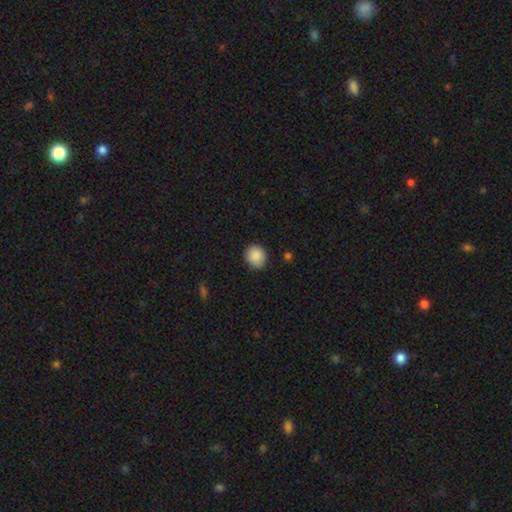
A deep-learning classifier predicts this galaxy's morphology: Smooth or featured?
  - smooth: 89% *
  - star or artifact: 8%
  - featured or disk: 3%
How rounded?
  - round: 78% *
  - in between: 21%
  - cigar-shaped: 1%
Merging?
  - none: 84% *
  - minor disturbance: 12%
  - major disturbance: 2%
  - merger: 1%